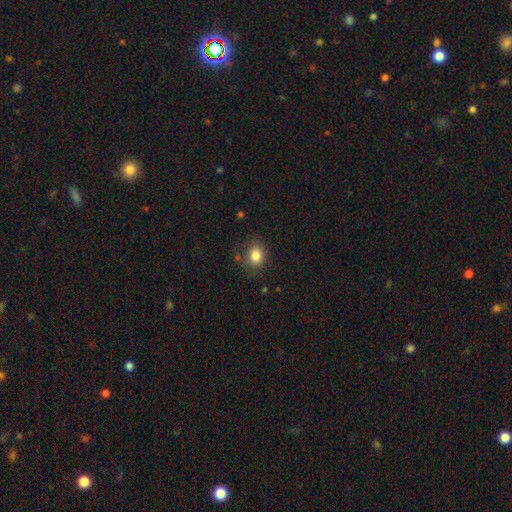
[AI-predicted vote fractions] Smooth or featured? Predicted: smooth (p=0.83). How rounded? Predicted: round (p=0.60). Merging? Predicted: none (p=0.77).